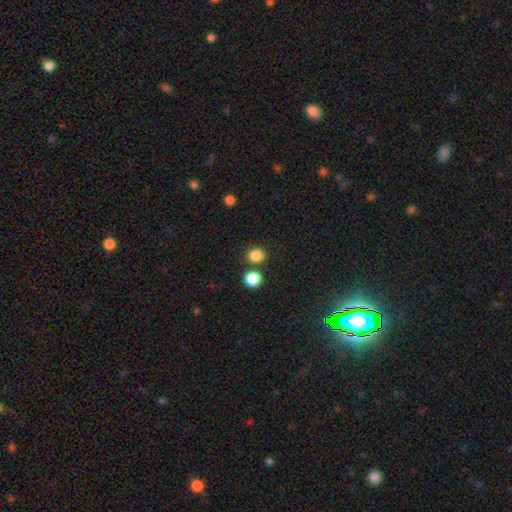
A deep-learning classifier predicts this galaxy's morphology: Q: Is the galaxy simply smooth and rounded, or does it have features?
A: smooth — 84%.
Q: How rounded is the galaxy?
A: round — 86%.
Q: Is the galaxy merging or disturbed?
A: none — 74%.